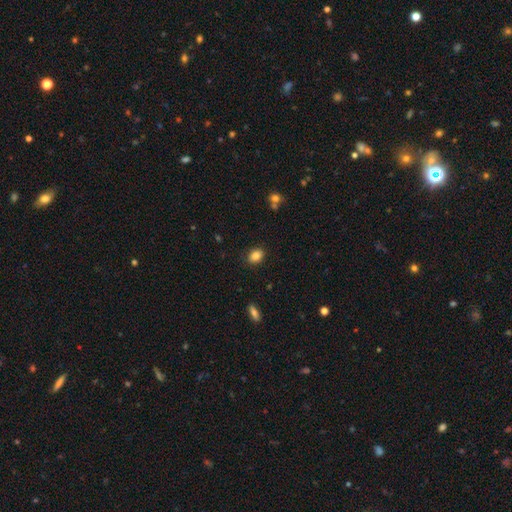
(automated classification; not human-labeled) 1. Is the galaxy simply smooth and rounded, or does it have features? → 86% smooth, 9% star or artifact, 5% featured or disk.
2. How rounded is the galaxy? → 70% in between, 29% round, 1% cigar-shaped.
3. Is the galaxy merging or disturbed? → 86% none, 10% minor disturbance, 2% major disturbance, 1% merger.